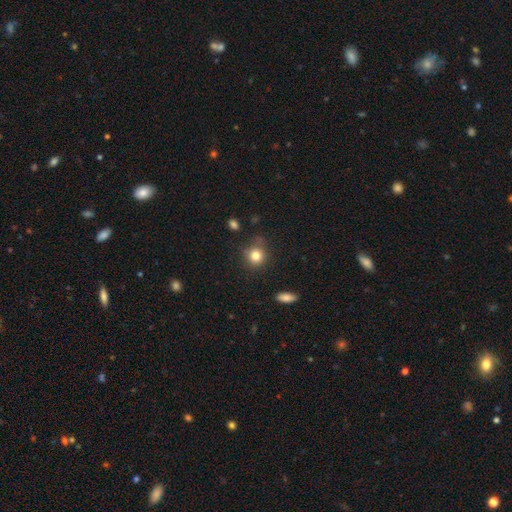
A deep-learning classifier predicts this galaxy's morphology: Overall: smooth (82%). How rounded: round (85%). Merging: none (71%).